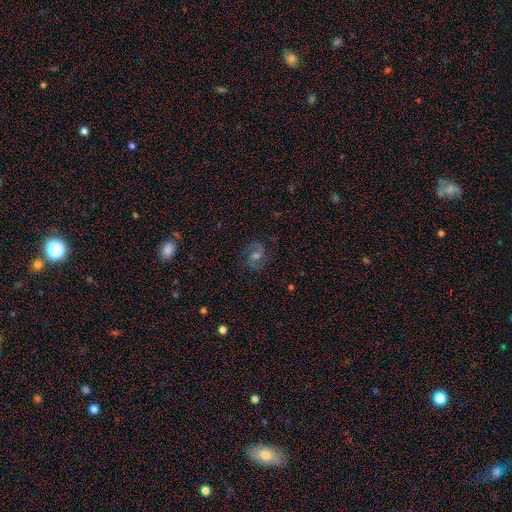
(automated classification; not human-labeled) Smooth or featured: featured or disk — 76% (star or artifact — 12%)
Edge-on disk: no — 98% (yes — 2%)
Bar: weak — 49% (no — 36%)
Spiral arms: yes — 95% (no — 5%)
Spiral winding: medium — 58% (tight — 25%)
Spiral arm count: 2 — 90% (can't tell — 4%)
Bulge size: moderate — 59% (small — 25%)
Merging: none — 83% (minor disturbance — 11%)